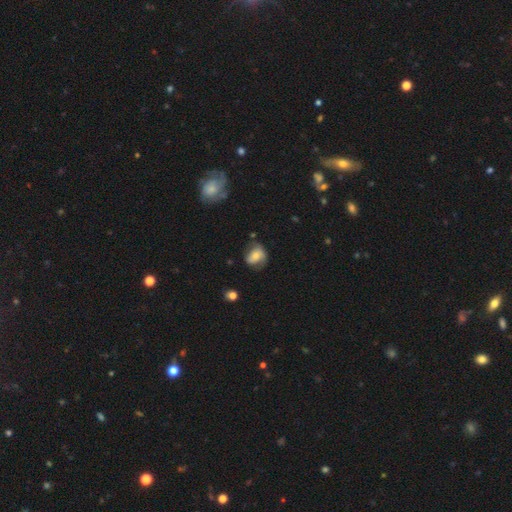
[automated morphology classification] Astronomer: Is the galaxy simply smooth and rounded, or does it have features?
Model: smooth — 53% (runner-up: featured or disk, 39%).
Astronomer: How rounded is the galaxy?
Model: in between — 51% (runner-up: round, 47%).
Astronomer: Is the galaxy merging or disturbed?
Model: none — 54% (runner-up: minor disturbance, 30%).